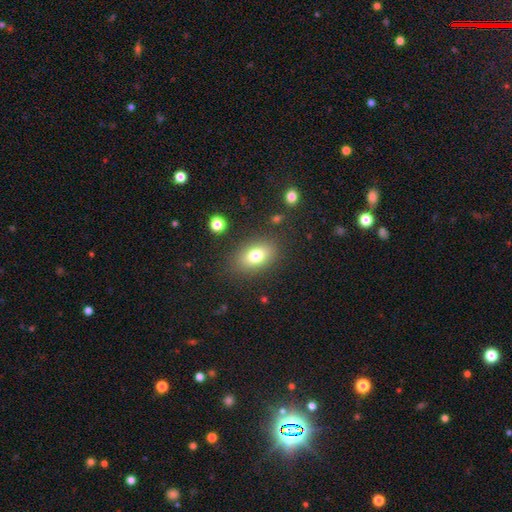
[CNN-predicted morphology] Smooth or featured: smooth — 75% (featured or disk — 14%)
How rounded: in between — 80% (round — 18%)
Merging: none — 83% (minor disturbance — 10%)